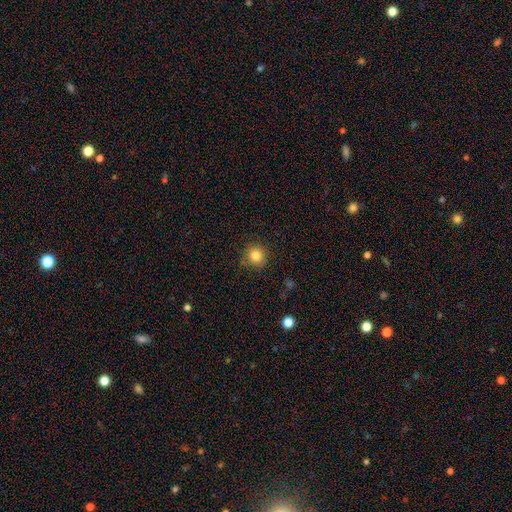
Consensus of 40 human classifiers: Q: Smooth or featured?
A: smooth (88%); runner-up: star or artifact (10%)
Q: How rounded?
A: round (83%); runner-up: in between (17%)
Q: Merging?
A: none (78%); runner-up: minor disturbance (22%)